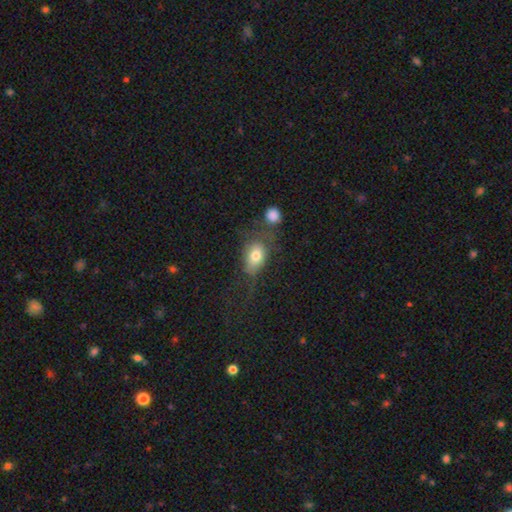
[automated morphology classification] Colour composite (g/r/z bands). It shows a smooth galaxy with no disk features (74%) that is in between round and cigar-shaped (74%). Merging: none (36%).